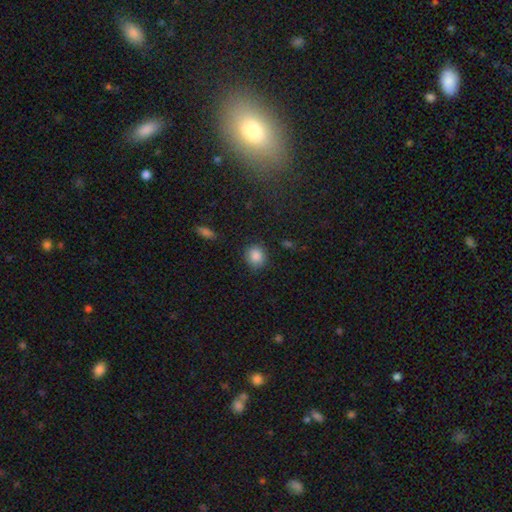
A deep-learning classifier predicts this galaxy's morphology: Overall: smooth (86%). How rounded: round (79%). Merging: none (85%).